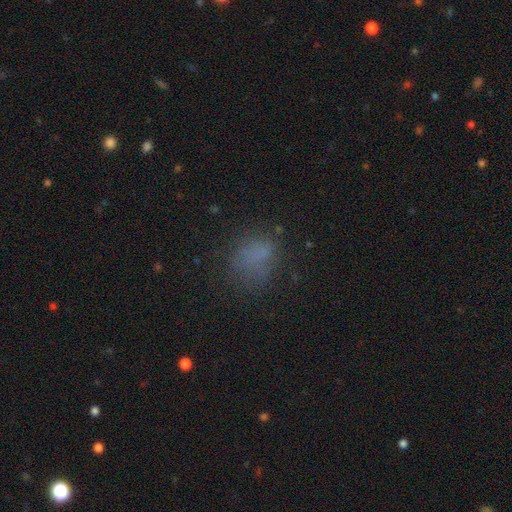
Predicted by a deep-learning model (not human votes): The model was most divided on "how rounded": round: 51%, in between: 47%, cigar-shaped: 2%. More confident: smooth or featured — smooth (66%); merging — none (60%).